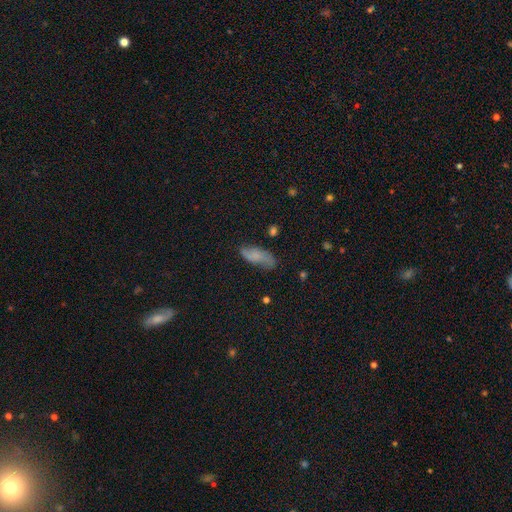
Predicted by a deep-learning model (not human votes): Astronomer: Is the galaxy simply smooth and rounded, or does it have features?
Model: smooth — 58%.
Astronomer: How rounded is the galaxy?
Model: in between — 77%.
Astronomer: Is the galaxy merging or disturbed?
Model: none — 61%.